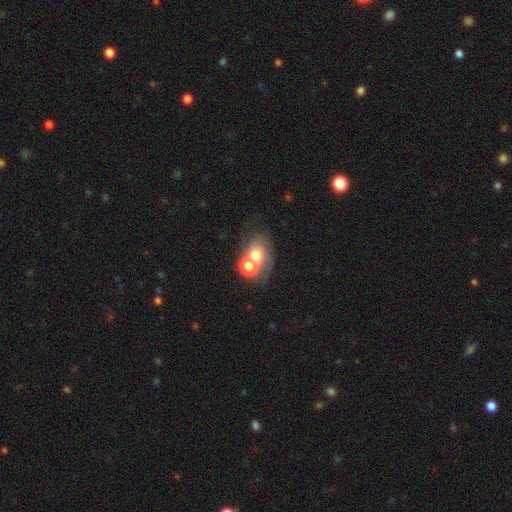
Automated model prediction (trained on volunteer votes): Overall: smooth (52%; featured or disk 34%). How rounded: in between (52%; round 46%). Merging: merger (48%; none 28%).